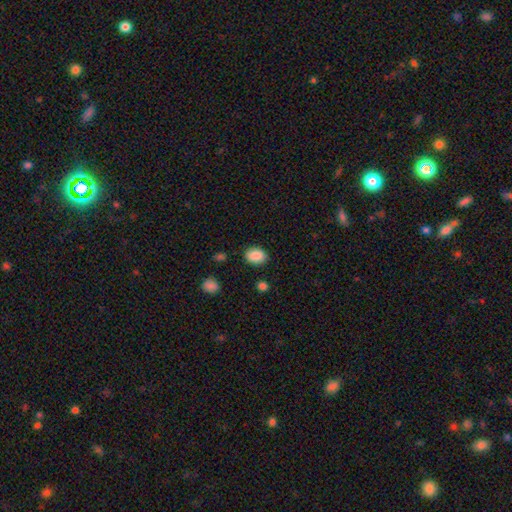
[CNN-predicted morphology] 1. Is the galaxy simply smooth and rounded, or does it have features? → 88% smooth, 8% star or artifact, 4% featured or disk.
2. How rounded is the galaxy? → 74% in between, 25% round, 1% cigar-shaped.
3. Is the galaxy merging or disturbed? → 86% none, 10% minor disturbance, 3% major disturbance, 2% merger.